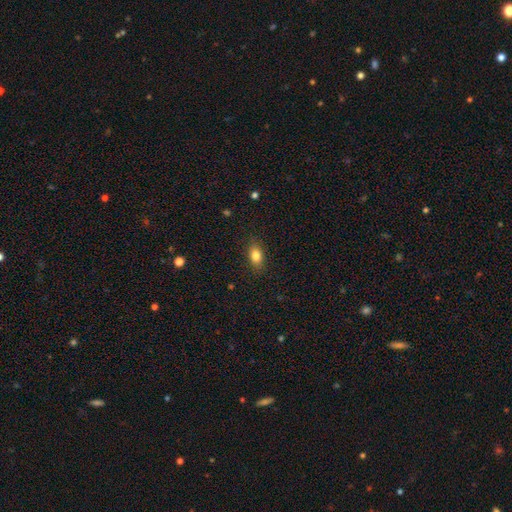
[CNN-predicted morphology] This appears to be a smooth galaxy with no disk features (82%) that is in between round and cigar-shaped (84%). Merging: none (86%).